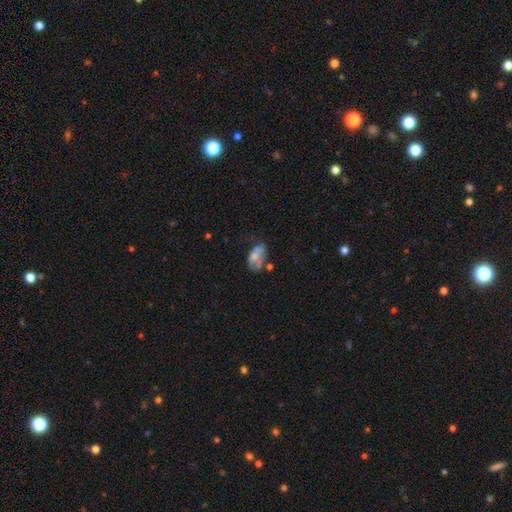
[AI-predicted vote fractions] Smooth or featured?
  - smooth: 53% *
  - featured or disk: 38%
  - star or artifact: 10%
How rounded?
  - in between: 89% *
  - round: 8%
  - cigar-shaped: 2%
Merging?
  - none: 31% *
  - minor disturbance: 29%
  - major disturbance: 25%
  - merger: 15%